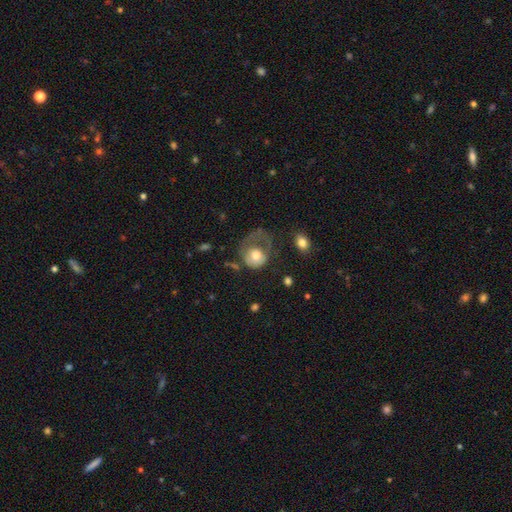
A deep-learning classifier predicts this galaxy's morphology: smooth-or-featured: smooth: 59% | featured or disk: 33% | star or artifact: 8%
  how-rounded: round: 66% | in between: 33% | cigar-shaped: 1%
  merging: major disturbance: 59% | none: 20% | minor disturbance: 17% | merger: 4%